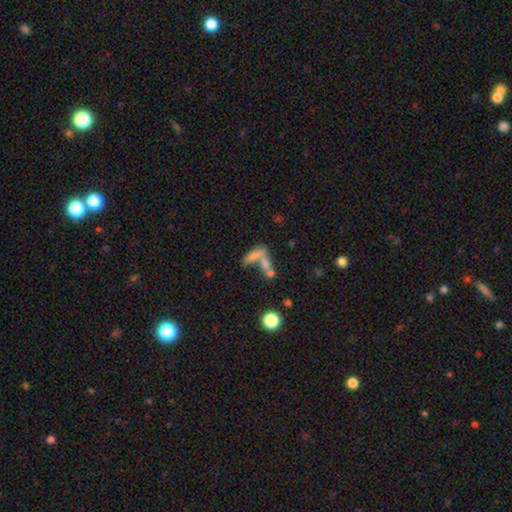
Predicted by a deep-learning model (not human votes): Smooth or featured? smooth (64%)
How rounded? in between (49%)
Merging? merger (58%)